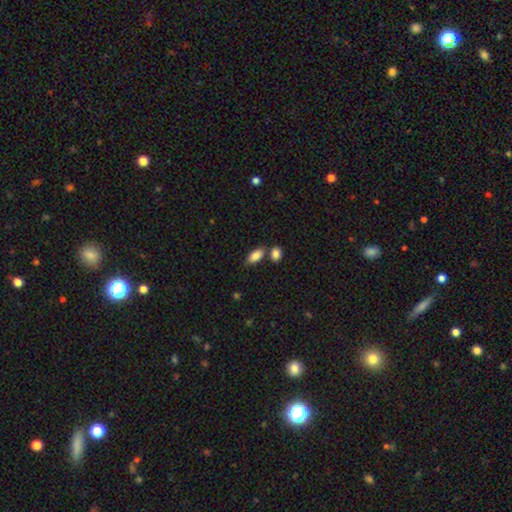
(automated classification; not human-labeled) A smooth galaxy with no disk features (86%) that is in between round and cigar-shaped (90%). Merging: none (67%).